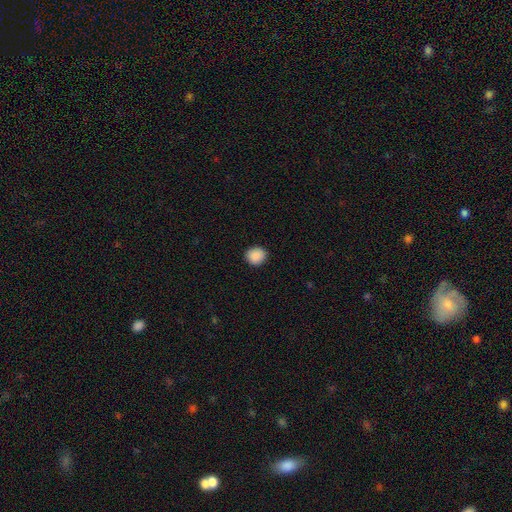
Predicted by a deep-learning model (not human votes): This appears to be a smooth galaxy with no disk features (90%) that is round (84%). Merging: none (91%).